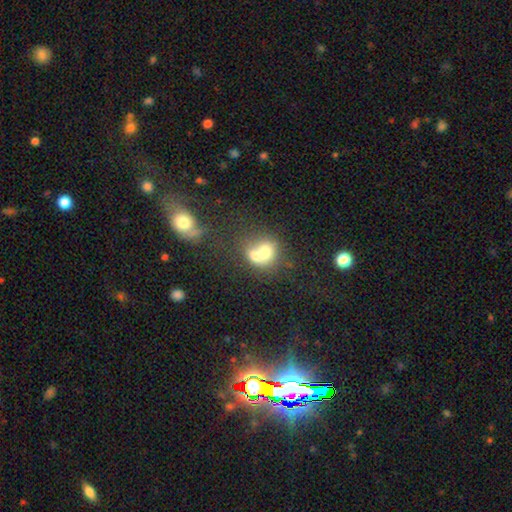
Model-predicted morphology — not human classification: smooth-or-featured: smooth: 66% | featured or disk: 23% | star or artifact: 11%
  how-rounded: round: 65% | in between: 34% | cigar-shaped: 1%
  merging: merger: 70% | none: 19% | minor disturbance: 7% | major disturbance: 4%